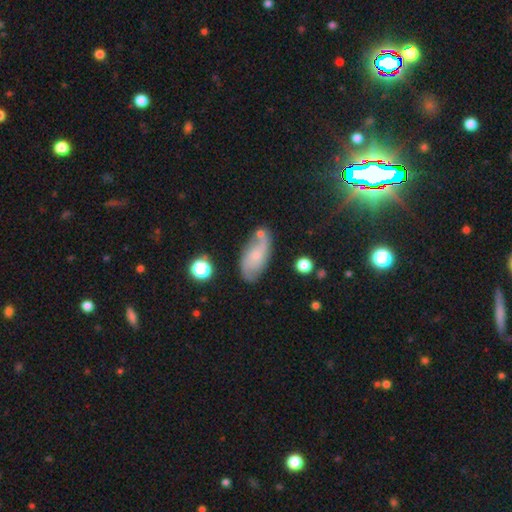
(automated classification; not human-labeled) The model was most divided on "smooth or featured": featured or disk: 51%, smooth: 40%, star or artifact: 9%. More confident: edge-on disk — no (91%); merging — none (62%).